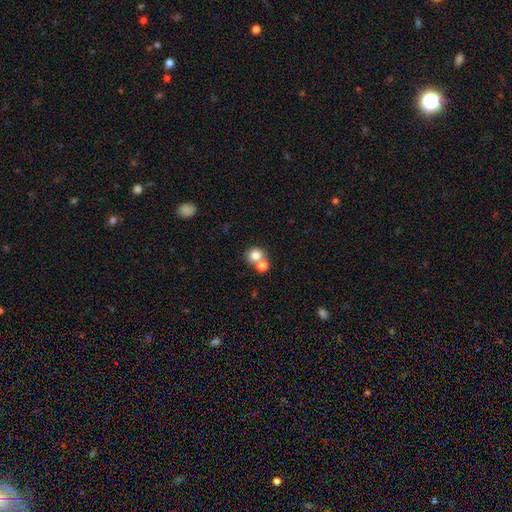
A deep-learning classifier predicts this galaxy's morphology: Smooth or featured? smooth (79%)
How rounded? round (83%)
Merging? none (46%)